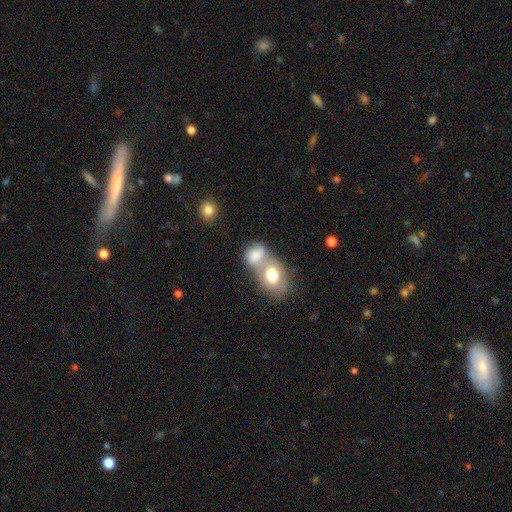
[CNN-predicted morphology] Q: Smooth or featured?
A: smooth (67%); runner-up: featured or disk (24%)
Q: How rounded?
A: in between (59%); runner-up: round (40%)
Q: Merging?
A: merger (64%); runner-up: none (21%)